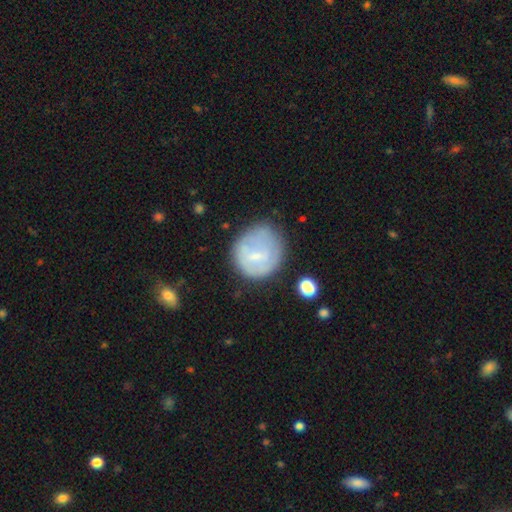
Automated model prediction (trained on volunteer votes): This appears to be a smooth galaxy with no disk features (54%) that is round (79%). Merging: none (60%).